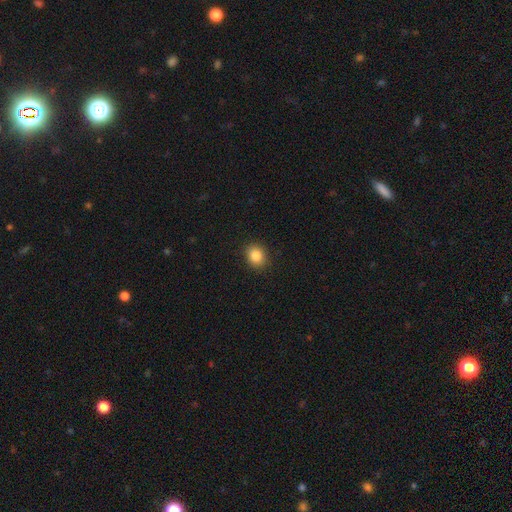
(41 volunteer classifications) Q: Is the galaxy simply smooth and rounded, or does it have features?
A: smooth — 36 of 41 (88%).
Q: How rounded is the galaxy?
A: round — 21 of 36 (58%).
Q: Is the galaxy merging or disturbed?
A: none — 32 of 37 (86%).